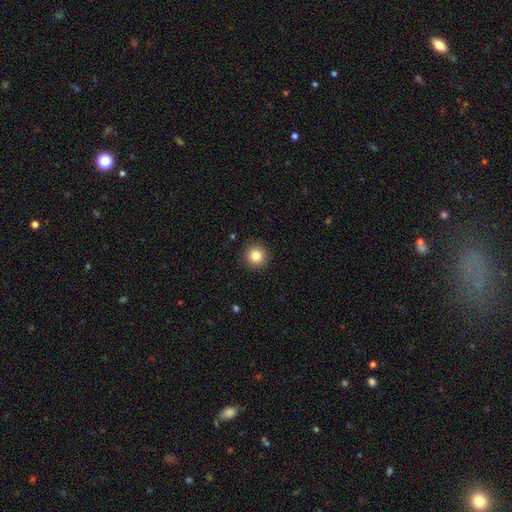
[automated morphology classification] smooth 83%, star or artifact 11%, featured or disk 6%. Down the decision tree: how rounded — round (95%); merging — none (92%).